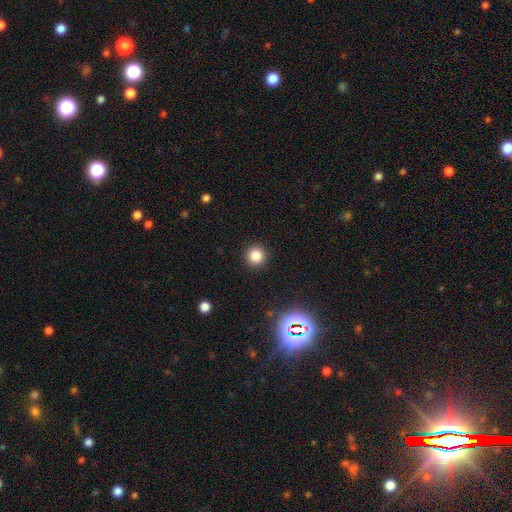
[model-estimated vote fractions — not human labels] This appears to be a smooth galaxy with no disk features (83%) that is round (95%). Merging: none (92%).